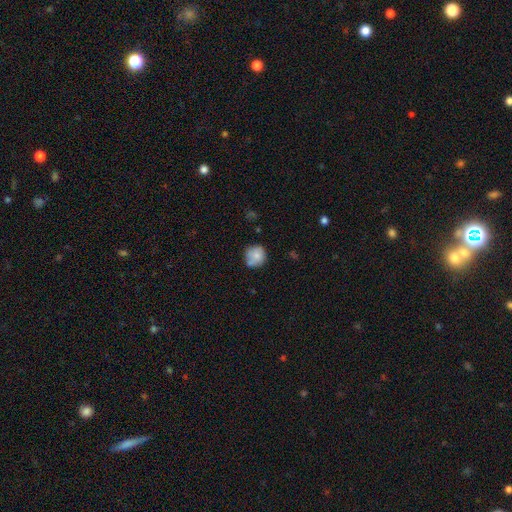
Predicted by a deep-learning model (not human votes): Overall: smooth (77%). How rounded: round (86%). Merging: none (62%; minor disturbance 23%).